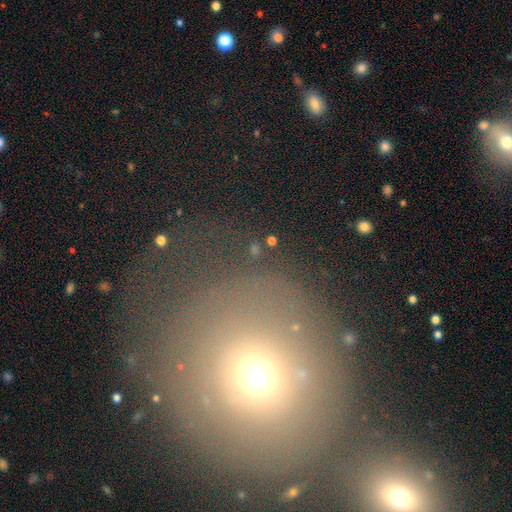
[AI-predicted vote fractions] Q: Smooth or featured?
A: smooth (54%); runner-up: star or artifact (27%)
Q: How rounded?
A: round (84%); runner-up: in between (14%)
Q: Merging?
A: none (61%); runner-up: major disturbance (17%)